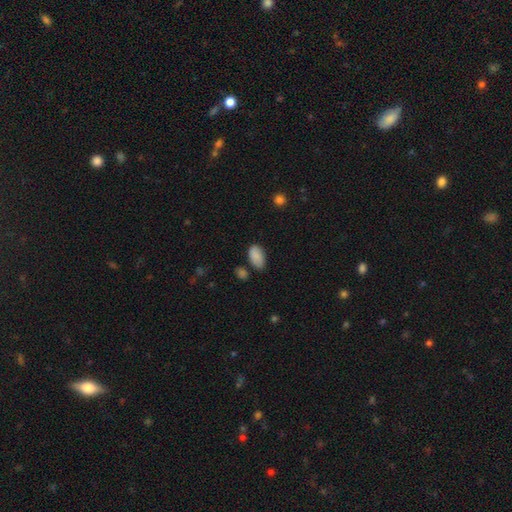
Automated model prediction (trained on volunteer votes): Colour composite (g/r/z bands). It shows a smooth galaxy with no disk features (86%) that is in between round and cigar-shaped (94%). Merging: none (67%).